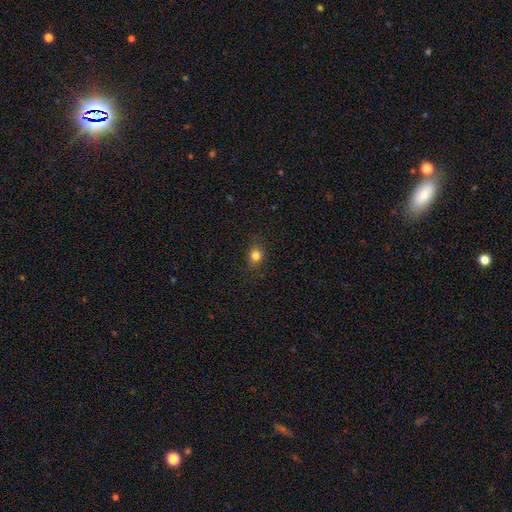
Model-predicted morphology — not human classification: Smooth or featured: smooth — 81% (star or artifact — 13%)
How rounded: round — 68% (in between — 31%)
Merging: none — 85% (minor disturbance — 11%)